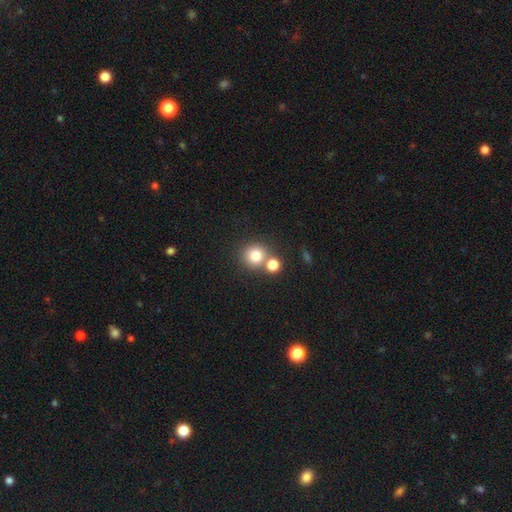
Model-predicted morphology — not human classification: A smooth galaxy with no disk features (79%) that is round (90%).

Vote fractions:
- Smooth or featured? smooth: 79% / star or artifact: 12% / featured or disk: 9%
- How rounded? round: 90% / in between: 9% / cigar-shaped: 1%
- Merging? none: 62% / merger: 28% / minor disturbance: 7% / major disturbance: 3%